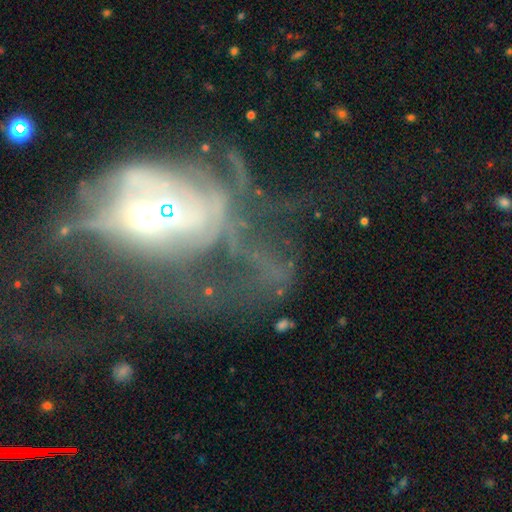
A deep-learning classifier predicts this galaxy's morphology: featured or disk 67%, smooth 17%, star or artifact 16%. Down the decision tree: edge-on disk — no (94%); bar — no (77%); spiral arms — no (58%); bulge size — moderate (53%); merging — major disturbance (54%).